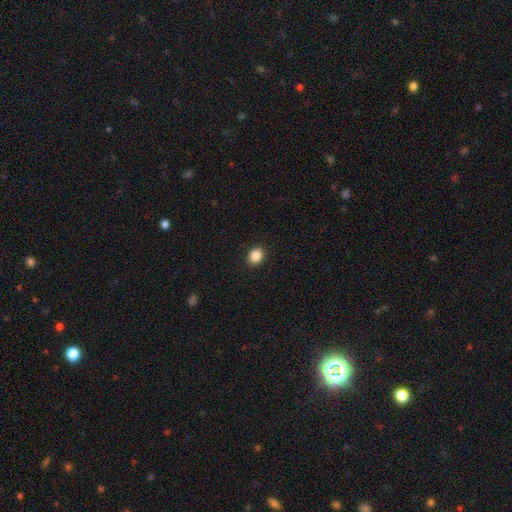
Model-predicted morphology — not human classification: The model was most divided on "how rounded": round: 64%, in between: 36%, cigar-shaped: 1%. More confident: merging — none (91%); smooth or featured — smooth (87%).